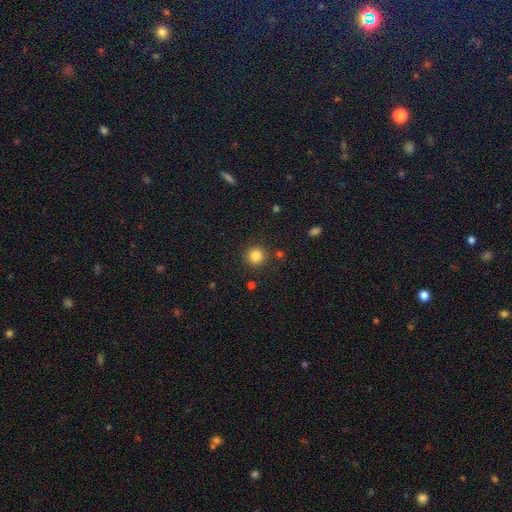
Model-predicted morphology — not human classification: Smooth or featured?
  - smooth: 83% *
  - star or artifact: 12%
  - featured or disk: 5%
How rounded?
  - round: 94% *
  - in between: 5%
  - cigar-shaped: 1%
Merging?
  - none: 87% *
  - minor disturbance: 7%
  - merger: 3%
  - major disturbance: 3%